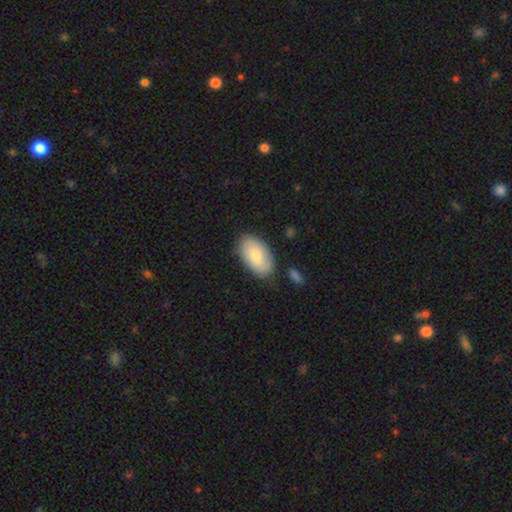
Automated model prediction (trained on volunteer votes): A smooth galaxy with no disk features (73%) that is in between round and cigar-shaped (94%). Merging: none (77%).